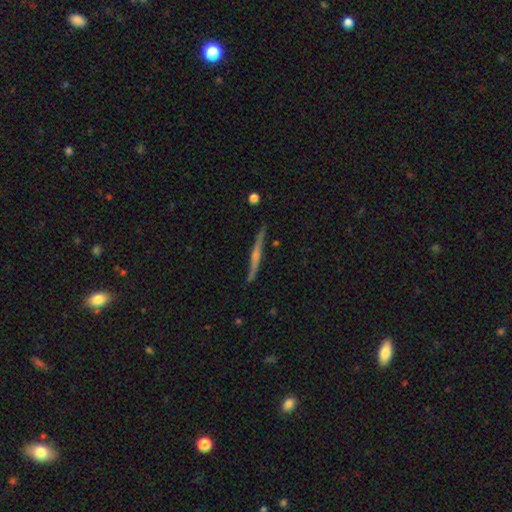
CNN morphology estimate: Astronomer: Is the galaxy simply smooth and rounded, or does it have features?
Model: featured or disk — 70%.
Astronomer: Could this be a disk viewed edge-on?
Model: yes — 96%.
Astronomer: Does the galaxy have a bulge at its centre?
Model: rounded — 57% (runner-up: none, 33%).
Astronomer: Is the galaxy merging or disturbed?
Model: none — 85%.